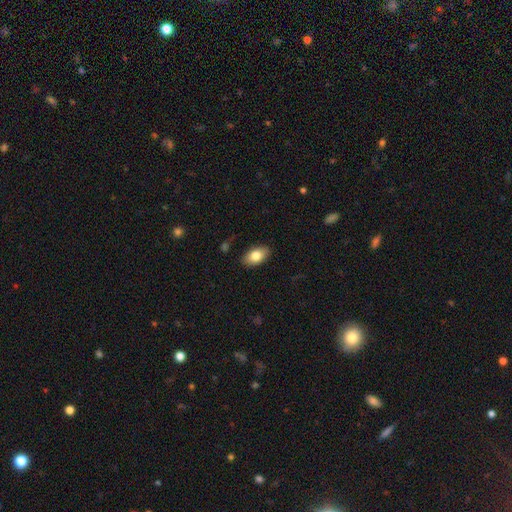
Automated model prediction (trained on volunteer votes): This is clearly a smooth galaxy (81%). How rounded: clearly in between (92%). Merging: clearly none (87%).